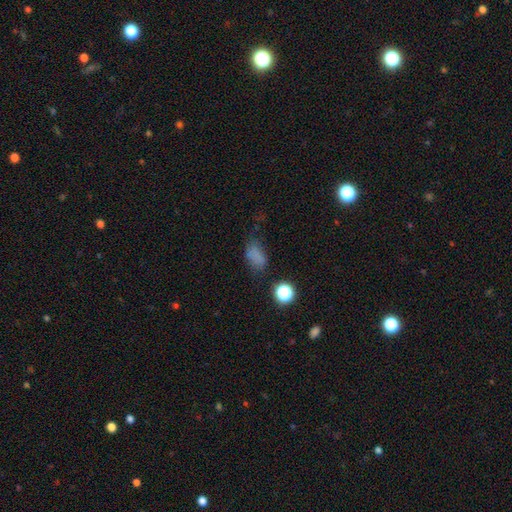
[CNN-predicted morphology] Smooth or featured?
  - smooth: 68% *
  - star or artifact: 21%
  - featured or disk: 11%
How rounded?
  - in between: 82% *
  - round: 15%
  - cigar-shaped: 3%
Merging?
  - none: 53% *
  - minor disturbance: 27%
  - major disturbance: 16%
  - merger: 4%